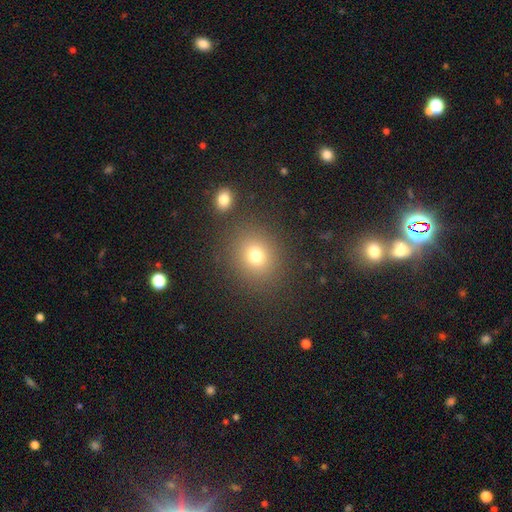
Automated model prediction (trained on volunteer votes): The model was most divided on "how rounded": round: 76%, in between: 23%, cigar-shaped: 1%. More confident: merging — none (84%); smooth or featured — smooth (75%).